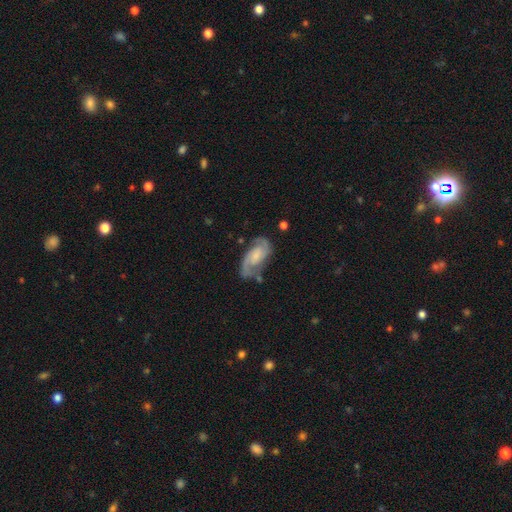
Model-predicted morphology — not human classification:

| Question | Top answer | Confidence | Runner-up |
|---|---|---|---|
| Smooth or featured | featured or disk | 83% | smooth (12%) |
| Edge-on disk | no | 97% | yes (3%) |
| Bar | no | 51% | weak (40%) |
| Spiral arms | yes | 96% | no (4%) |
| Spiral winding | medium | 52% | tight (27%) |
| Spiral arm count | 2 | 88% | can't tell (5%) |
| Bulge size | small | 40% | moderate (28%) |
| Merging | none | 66% | minor disturbance (20%) |